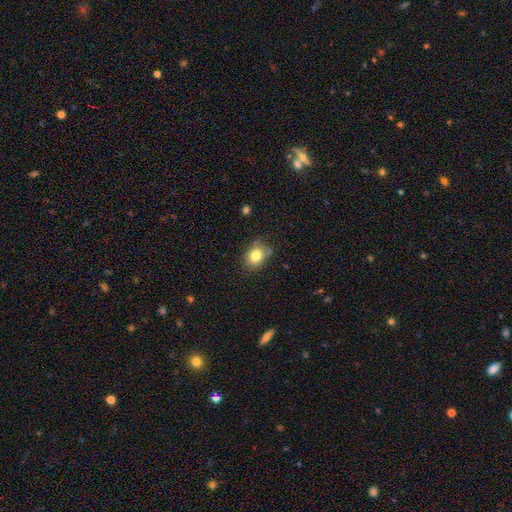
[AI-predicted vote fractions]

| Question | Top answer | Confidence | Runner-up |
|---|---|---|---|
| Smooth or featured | smooth | 81% | star or artifact (11%) |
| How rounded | round | 56% | in between (43%) |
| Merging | none | 76% | minor disturbance (16%) |